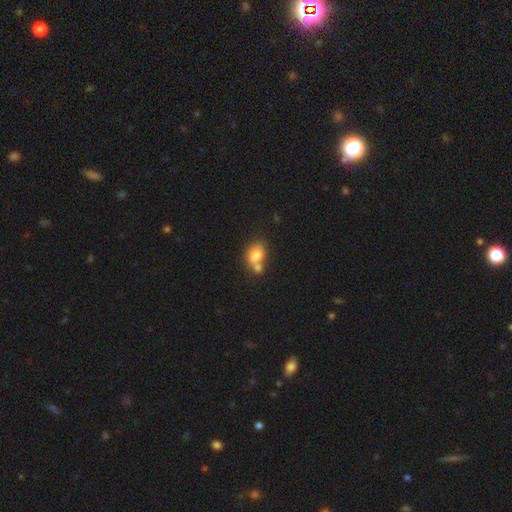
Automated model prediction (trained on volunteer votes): A smooth galaxy with no disk features (79%) that is in between round and cigar-shaped (66%). Merging: merger (47%).